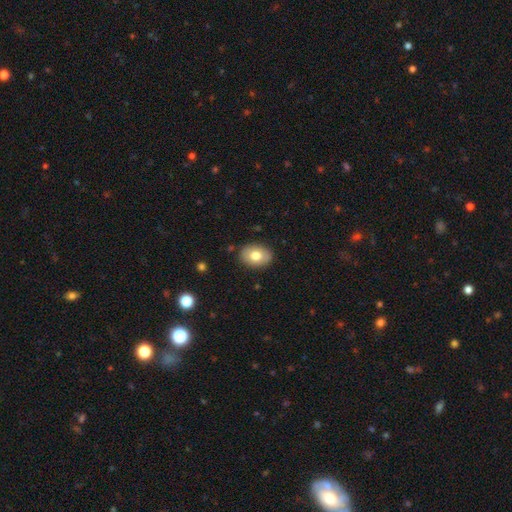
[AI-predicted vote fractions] Smooth or featured? smooth (74%)
How rounded? in between (74%)
Merging? none (86%)